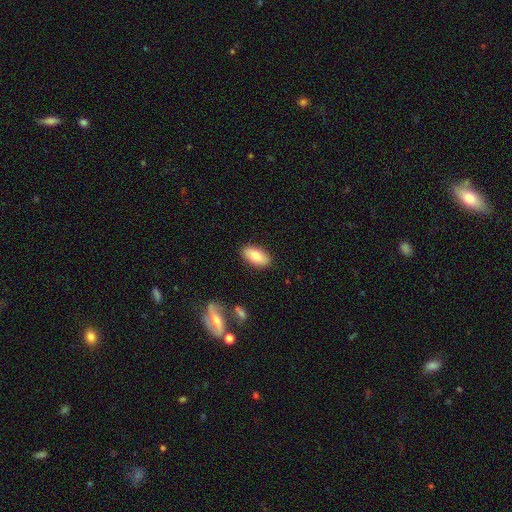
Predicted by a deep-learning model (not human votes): A smooth galaxy with no disk features (78%) that is in between round and cigar-shaped (92%). Merging: none (87%).